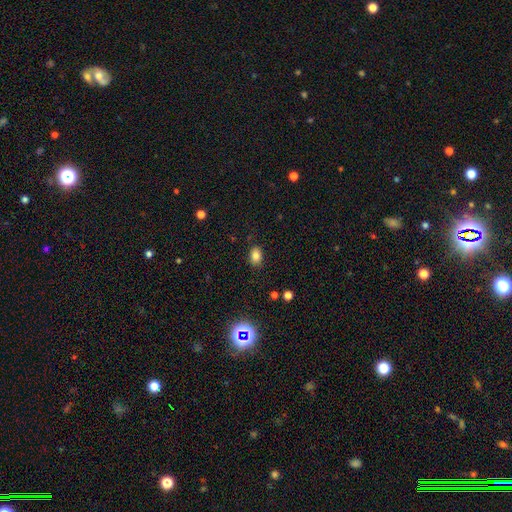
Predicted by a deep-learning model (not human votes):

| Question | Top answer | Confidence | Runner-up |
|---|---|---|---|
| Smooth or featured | smooth | 81% | star or artifact (12%) |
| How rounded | in between | 71% | round (28%) |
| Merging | none | 85% | minor disturbance (11%) |